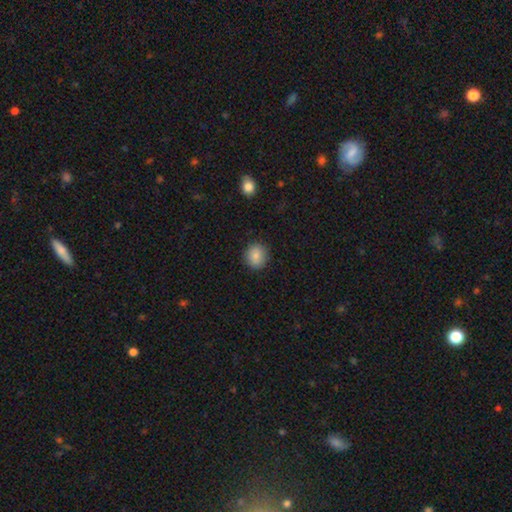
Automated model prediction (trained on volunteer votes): Q: Smooth or featured?
A: smooth (86%); runner-up: star or artifact (9%)
Q: How rounded?
A: round (82%); runner-up: in between (17%)
Q: Merging?
A: none (88%); runner-up: minor disturbance (8%)